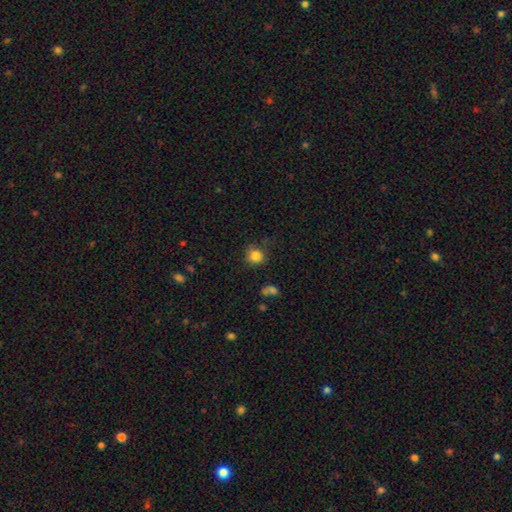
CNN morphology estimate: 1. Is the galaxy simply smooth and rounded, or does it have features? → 81% smooth, 12% star or artifact, 7% featured or disk.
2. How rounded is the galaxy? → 88% round, 11% in between, 1% cigar-shaped.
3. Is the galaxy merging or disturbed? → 78% none, 15% minor disturbance, 5% major disturbance, 3% merger.